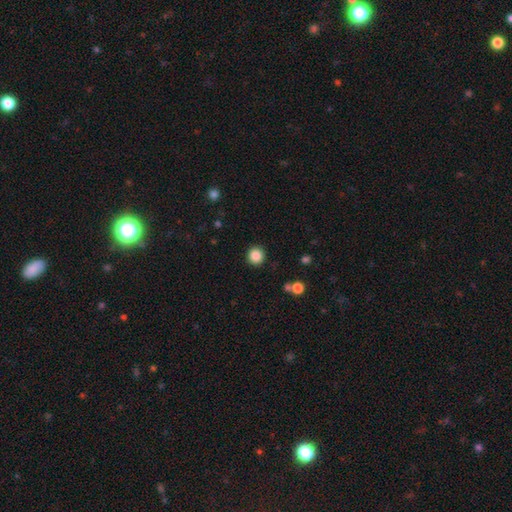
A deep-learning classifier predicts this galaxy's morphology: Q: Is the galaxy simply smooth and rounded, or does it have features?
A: smooth — 86%.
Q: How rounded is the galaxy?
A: round — 93%.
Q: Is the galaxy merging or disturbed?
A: none — 91%.